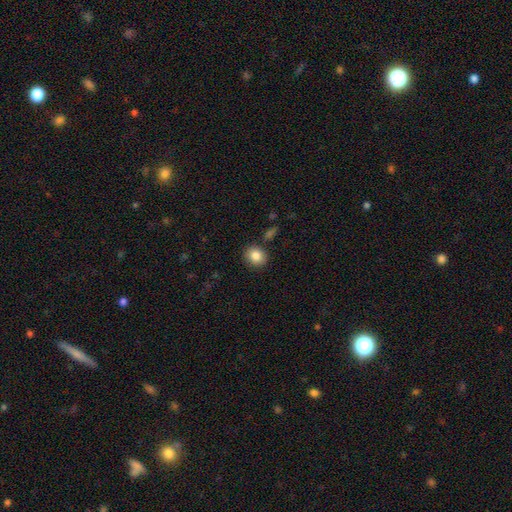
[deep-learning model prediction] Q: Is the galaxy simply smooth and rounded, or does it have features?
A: smooth — 85%.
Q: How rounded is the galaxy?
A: round — 75%.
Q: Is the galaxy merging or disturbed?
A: none — 85%.